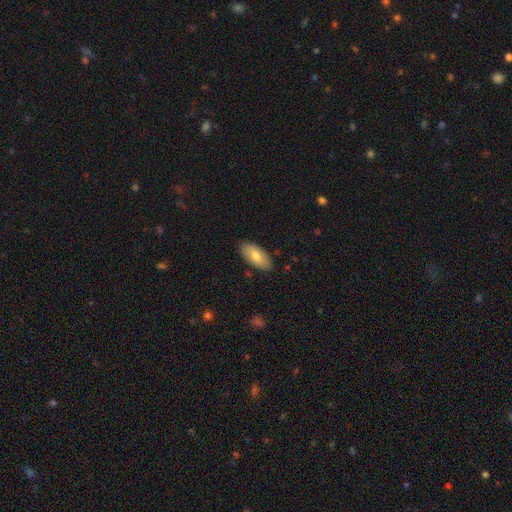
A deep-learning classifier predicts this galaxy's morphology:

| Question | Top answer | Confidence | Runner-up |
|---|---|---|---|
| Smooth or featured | smooth | 74% | featured or disk (20%) |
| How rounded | in between | 91% | cigar-shaped (7%) |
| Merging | none | 87% | minor disturbance (10%) |